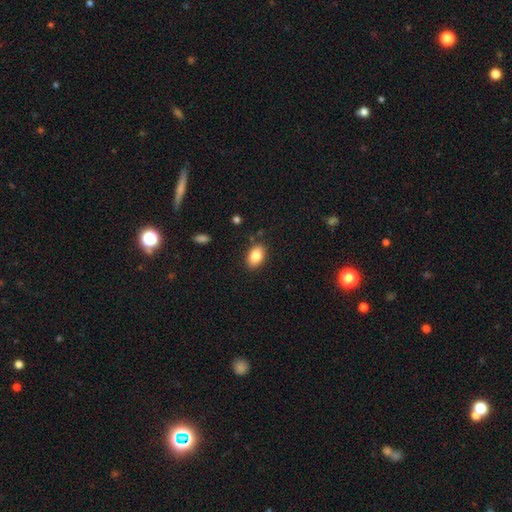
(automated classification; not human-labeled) Smooth or featured? smooth (83%)
How rounded? in between (88%)
Merging? none (86%)